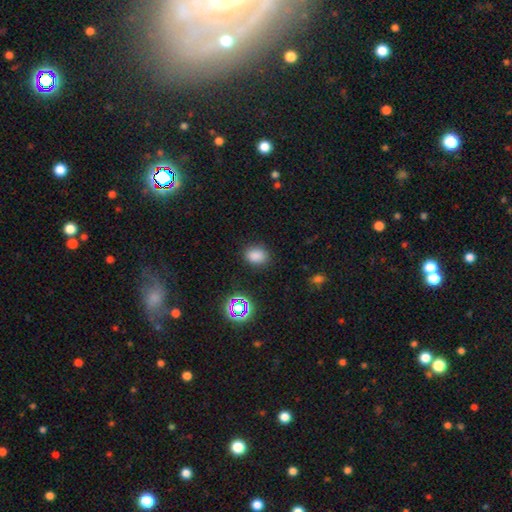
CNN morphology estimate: The model was most divided on "how rounded": in between: 63%, round: 36%, cigar-shaped: 1%. More confident: merging — none (83%); smooth or featured — smooth (79%).